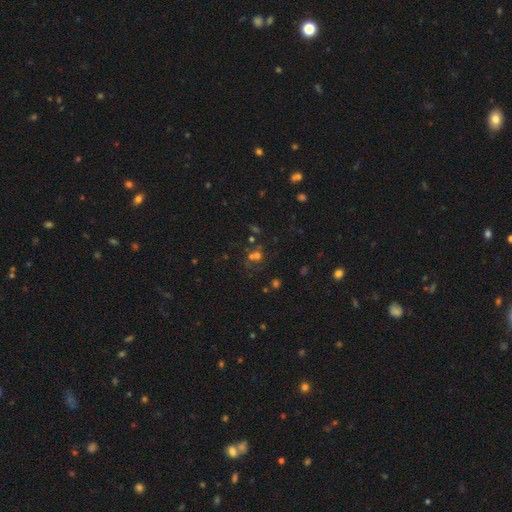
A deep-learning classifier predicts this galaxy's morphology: A smooth galaxy with no disk features (49%). Merging: none (43%).